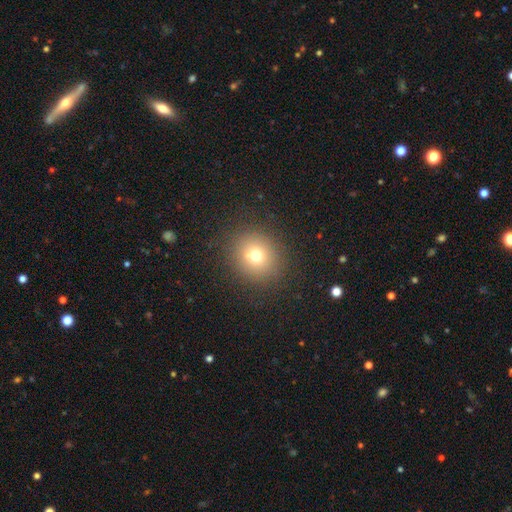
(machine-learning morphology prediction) smooth 68%, star or artifact 17%, featured or disk 15%. Down the decision tree: how rounded — round (85%); merging — none (72%).